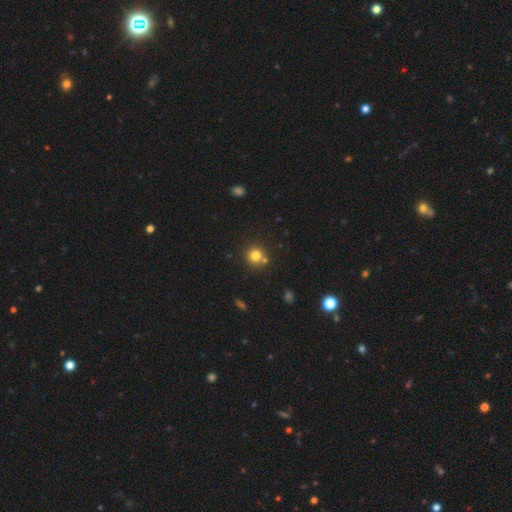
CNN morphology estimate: Q: Smooth or featured?
A: smooth (78%); runner-up: star or artifact (14%)
Q: How rounded?
A: round (92%); runner-up: in between (7%)
Q: Merging?
A: none (72%); runner-up: merger (17%)